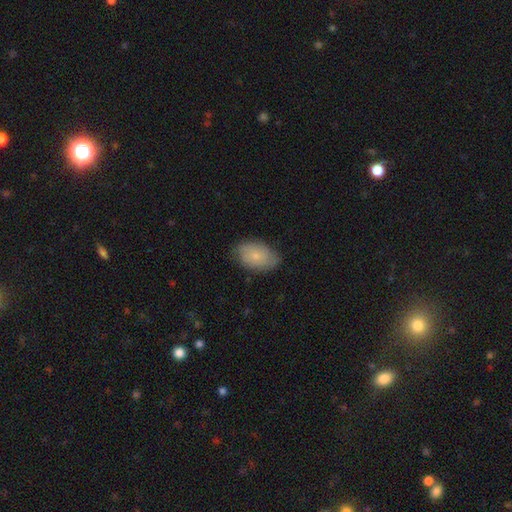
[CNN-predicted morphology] A smooth galaxy with no disk features (73%) that is in between round and cigar-shaped (90%). Merging: none (74%).